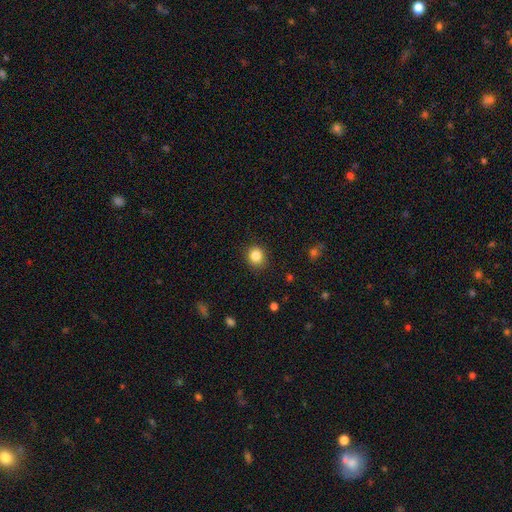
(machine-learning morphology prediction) This appears to be a smooth galaxy with no disk features (84%) that is round (81%). Merging: none (87%).